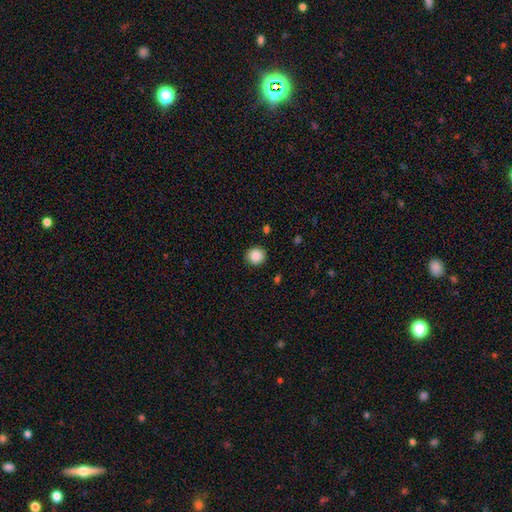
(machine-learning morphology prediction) This appears to be a smooth galaxy with no disk features (87%) that is round (88%). Merging: none (89%).